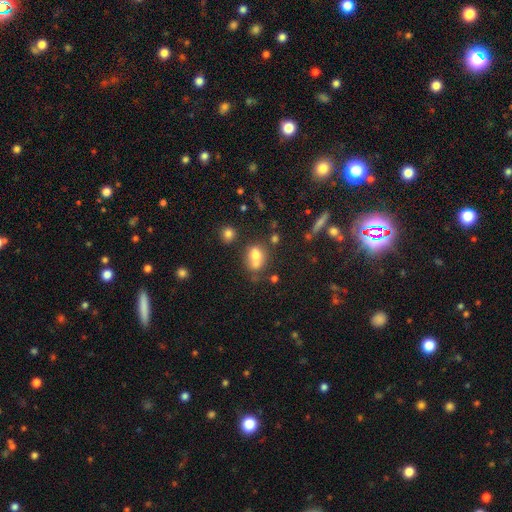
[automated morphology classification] smooth 69%, featured or disk 18%, star or artifact 13%. Down the decision tree: how rounded — in between (49%, tied with round); merging — merger (48%).